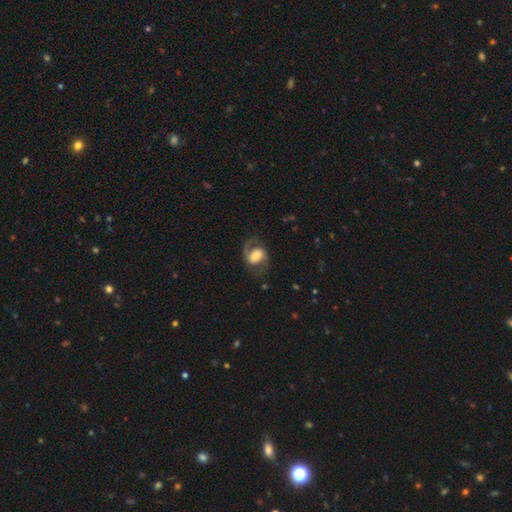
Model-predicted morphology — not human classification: A featured or disk galaxy (70%) with a weak bar (40%), 2 (85%) medium (51%) spiral arms (90%) and a moderate central bulge (50%).

Vote fractions:
- Smooth or featured? featured or disk: 70% / smooth: 23% / star or artifact: 7%
- Edge-on disk? no: 97% / yes: 3%
- Bar? weak: 40% / no: 38% / strong: 23%
- Spiral arms? yes: 90% / no: 10%
- Spiral winding? medium: 51% / loose: 33% / tight: 16%
- Spiral arm count? 2: 85% / 1: 8% / can't tell: 4% / 3: 1% / 4: 1% / more than 4: 1%
- Bulge size? moderate: 50% / large: 27% / small: 16% / dominant: 4% / none: 3%
- Merging? none: 69% / minor disturbance: 16% / major disturbance: 13% / merger: 1%